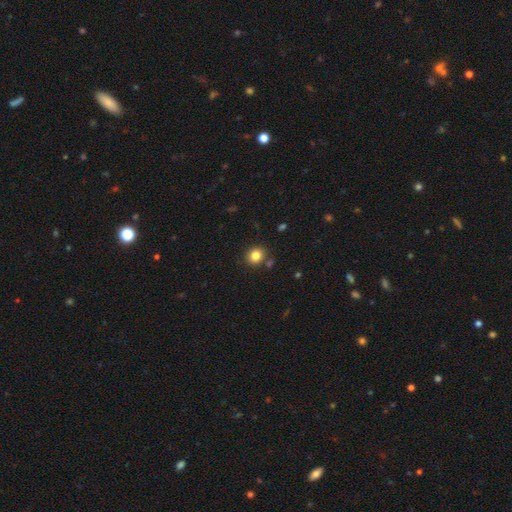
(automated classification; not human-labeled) Smooth or featured: smooth — 82% (star or artifact — 11%)
How rounded: round — 76% (in between — 23%)
Merging: none — 84% (minor disturbance — 8%)